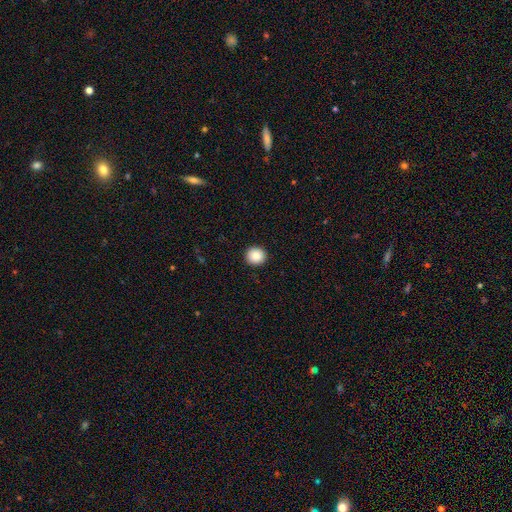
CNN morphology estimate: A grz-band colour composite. It shows a smooth galaxy with no disk features (88%) that is round (92%). Merging: none (93%).